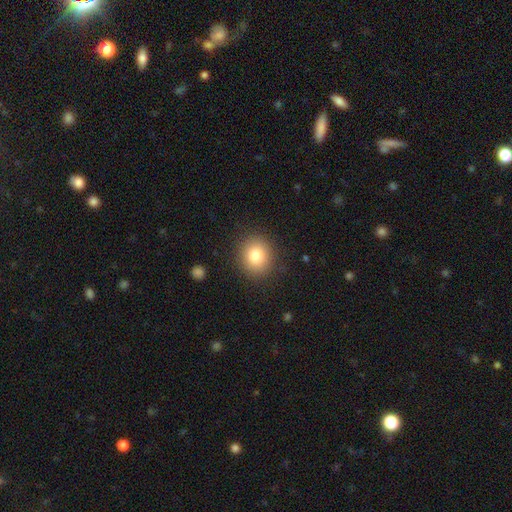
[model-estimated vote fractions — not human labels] This is clearly a smooth galaxy (81%). How rounded: clearly round (82%). Merging: clearly none (89%).